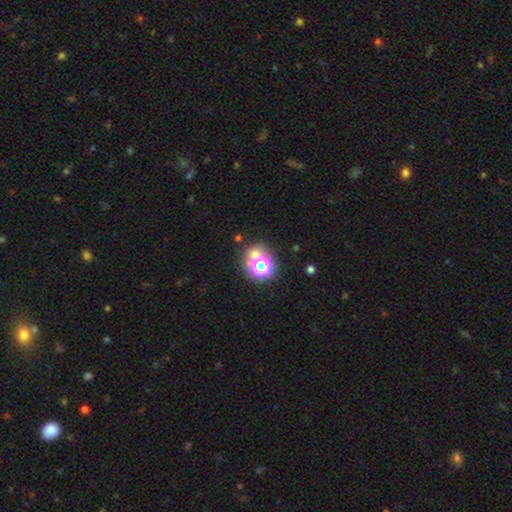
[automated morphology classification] Smooth or featured: star or artifact — 46% (smooth — 43%)